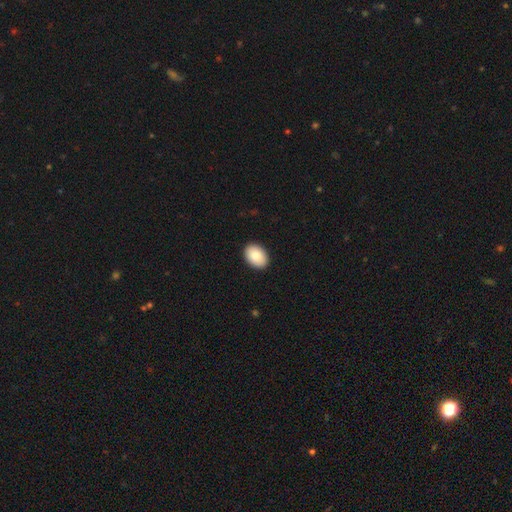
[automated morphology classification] This appears to be a smooth galaxy with no disk features (89%) that is in between round and cigar-shaped (86%). Merging: none (91%).